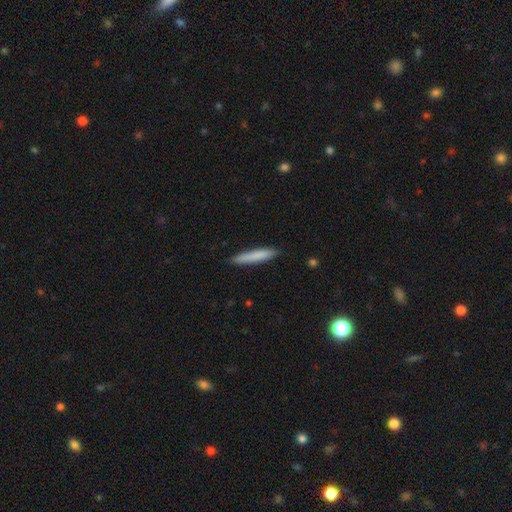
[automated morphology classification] smooth 81%, featured or disk 14%, star or artifact 6%. Down the decision tree: how rounded — cigar-shaped (92%); merging — none (88%).